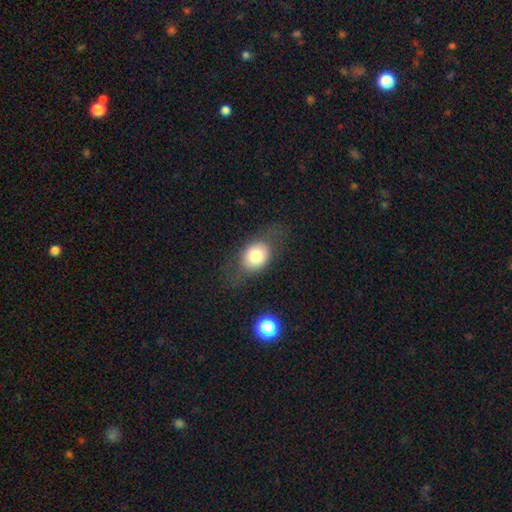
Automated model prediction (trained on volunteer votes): Smooth or featured? smooth (72%)
How rounded? in between (59%)
Merging? none (69%)